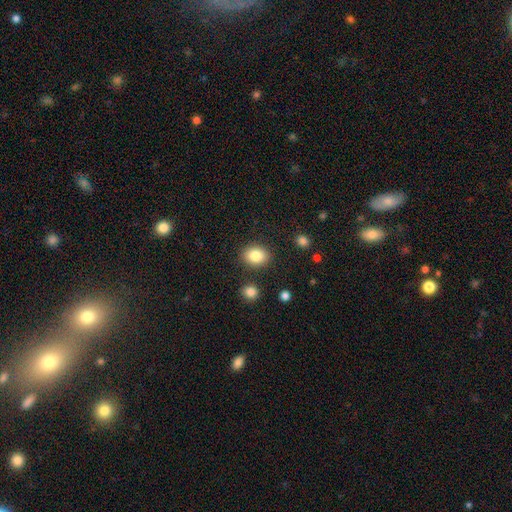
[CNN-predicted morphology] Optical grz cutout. It shows a smooth galaxy with no disk features (85%) that is in between round and cigar-shaped (60%). Merging: none (86%).